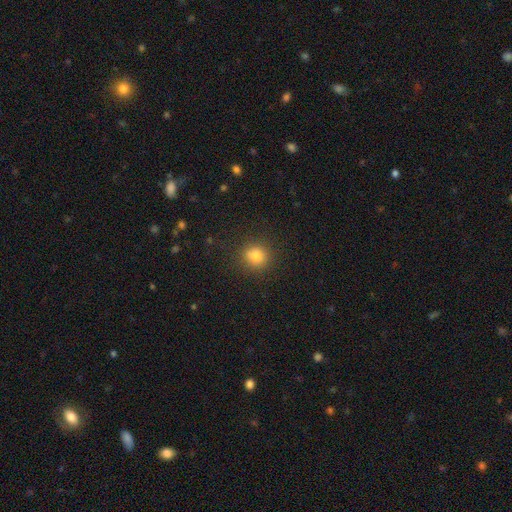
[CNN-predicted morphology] Smooth or featured? Predicted: smooth (p=0.80). How rounded? Predicted: round (p=0.85). Merging? Predicted: none (p=0.85).